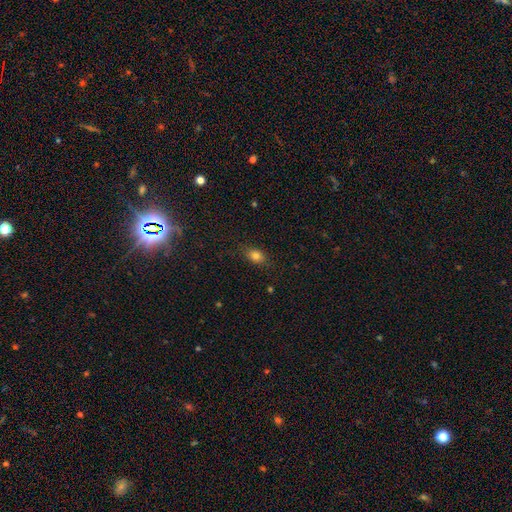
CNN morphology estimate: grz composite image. It shows a smooth galaxy with no disk features (81%) that is in between round and cigar-shaped (77%). Merging: none (82%).